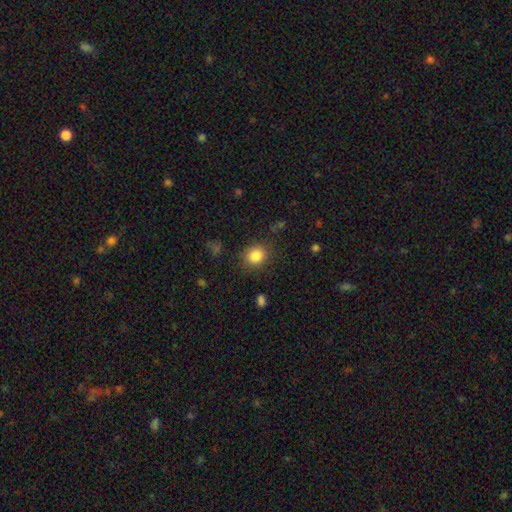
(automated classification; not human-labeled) smooth 85%, star or artifact 10%, featured or disk 5%. Down the decision tree: how rounded — round (75%); merging — none (84%).